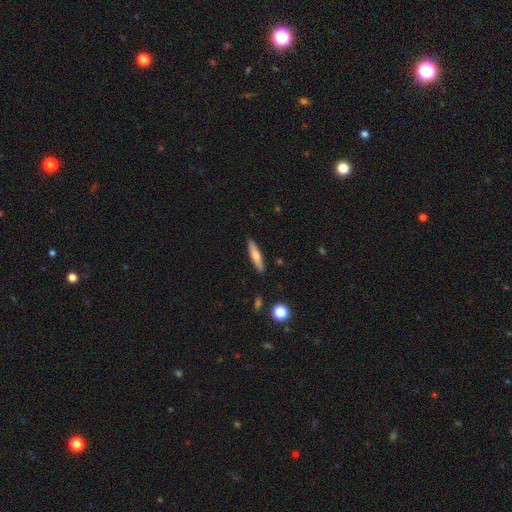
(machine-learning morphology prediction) This appears to be a smooth galaxy with no disk features (63%) that is cigar-shaped (83%). Merging: none (89%).